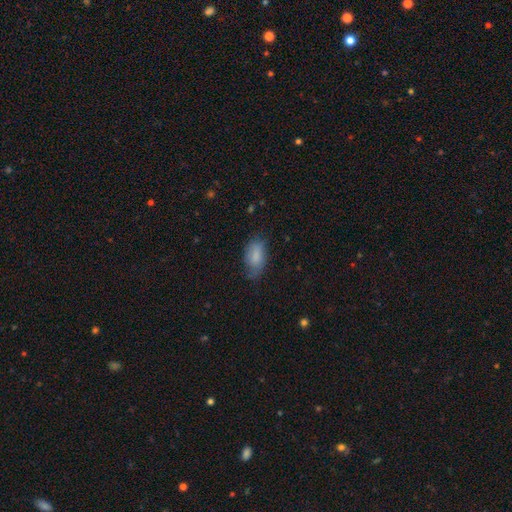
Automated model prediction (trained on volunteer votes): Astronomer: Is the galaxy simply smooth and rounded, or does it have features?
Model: smooth — 83%.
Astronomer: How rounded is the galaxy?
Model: in between — 92%.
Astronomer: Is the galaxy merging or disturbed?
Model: none — 63%.